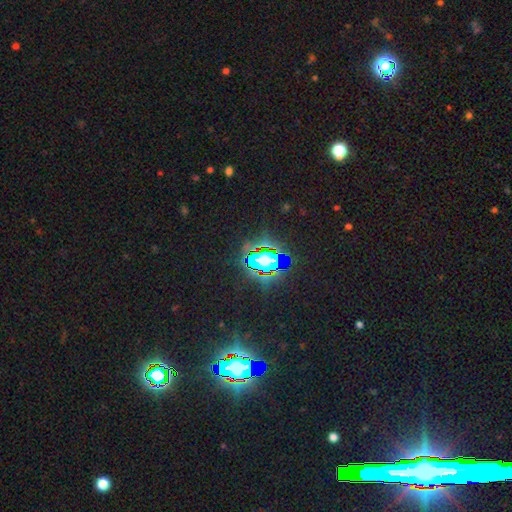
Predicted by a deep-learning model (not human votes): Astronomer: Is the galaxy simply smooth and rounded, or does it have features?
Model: star or artifact — 84%.